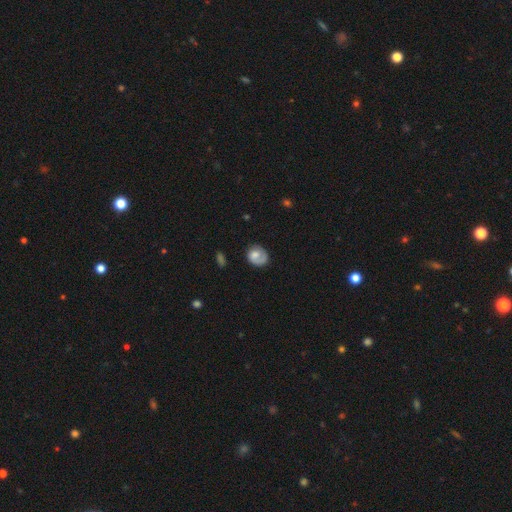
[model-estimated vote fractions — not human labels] A smooth galaxy with no disk features (58%) that is round (64%).

Vote fractions:
- Smooth or featured? smooth: 58% / featured or disk: 35% / star or artifact: 7%
- How rounded? round: 64% / in between: 35% / cigar-shaped: 1%
- Merging? none: 61% / minor disturbance: 24% / major disturbance: 13% / merger: 2%